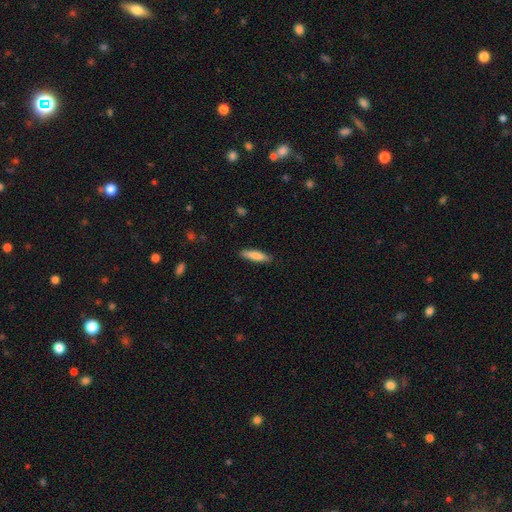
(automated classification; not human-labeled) smooth-or-featured: smooth: 81% | featured or disk: 13% | star or artifact: 6%
  how-rounded: cigar-shaped: 77% | in between: 22% | round: 1%
  merging: none: 87% | minor disturbance: 10% | major disturbance: 2% | merger: 1%